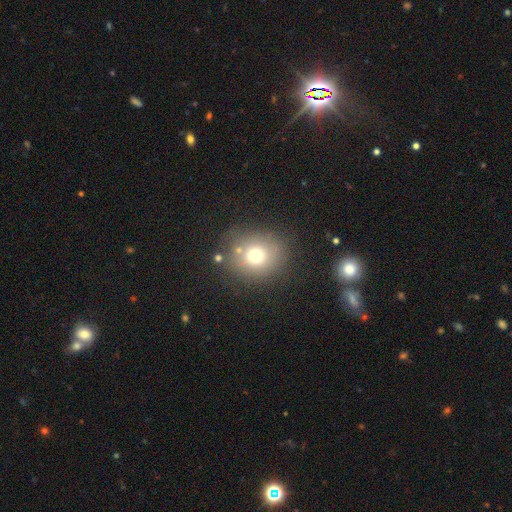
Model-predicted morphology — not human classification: smooth 71%, star or artifact 15%, featured or disk 14%. Down the decision tree: how rounded — round (80%); merging — none (75%).